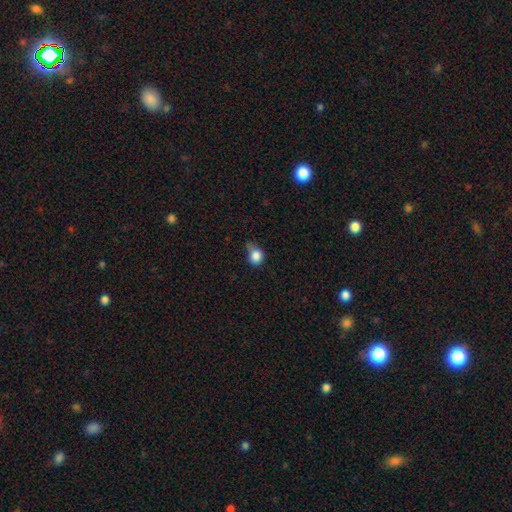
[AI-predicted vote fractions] Smooth or featured? smooth (83%)
How rounded? round (72%)
Merging? minor disturbance (42%)